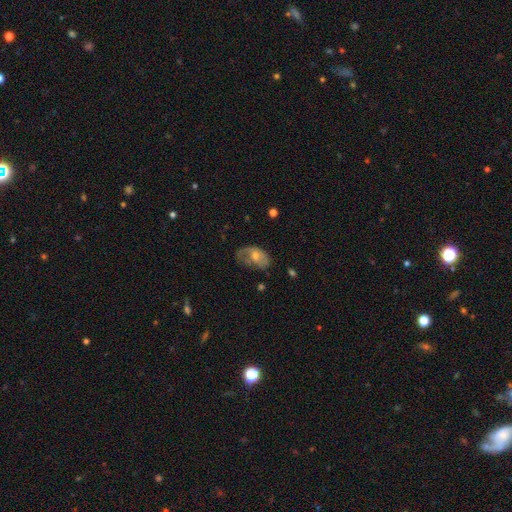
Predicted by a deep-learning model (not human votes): featured or disk 49%, smooth 41%, star or artifact 10%. Down the decision tree: merging — none (41%).